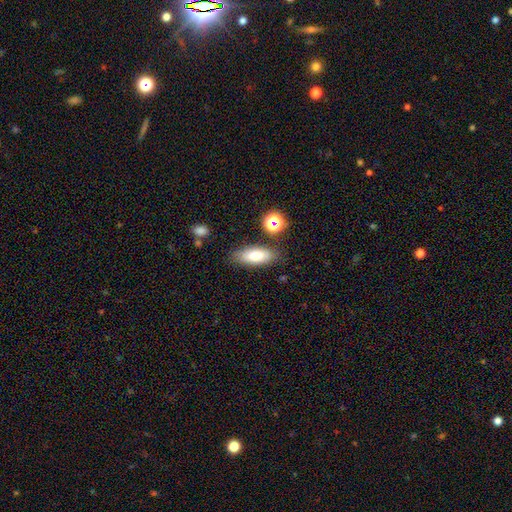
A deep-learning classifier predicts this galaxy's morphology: Smooth or featured: smooth — 77% (featured or disk — 14%)
How rounded: in between — 74% (cigar-shaped — 23%)
Merging: none — 80% (minor disturbance — 13%)